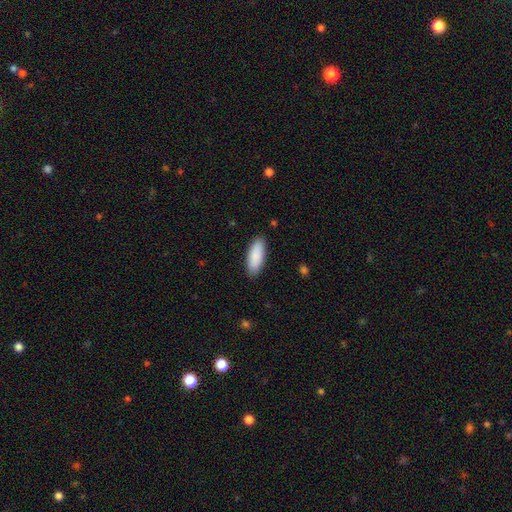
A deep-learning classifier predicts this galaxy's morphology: This appears to be a smooth galaxy with no disk features (89%) that is in between round and cigar-shaped (75%). Merging: none (88%).